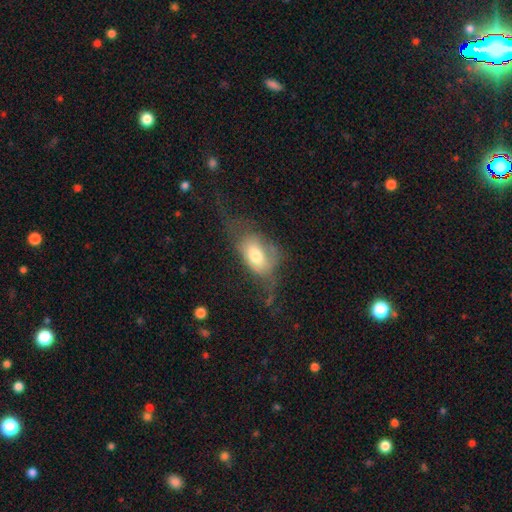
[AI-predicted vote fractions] This is likely a smooth galaxy (60%). How rounded: clearly in between (87%). Merging: possibly major disturbance (48%).